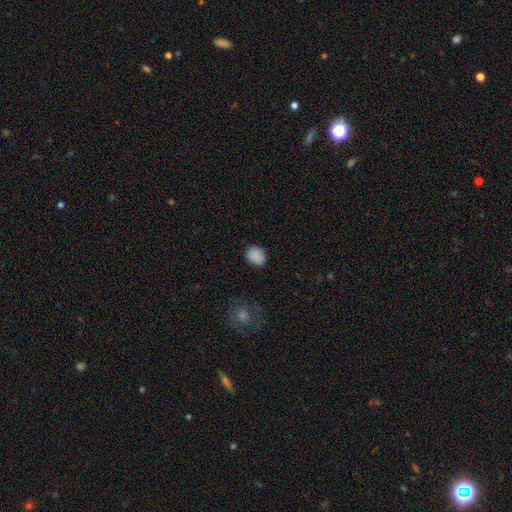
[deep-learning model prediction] Morphology: type=smooth (87%); roundness=round (57%); merging=none (83%).